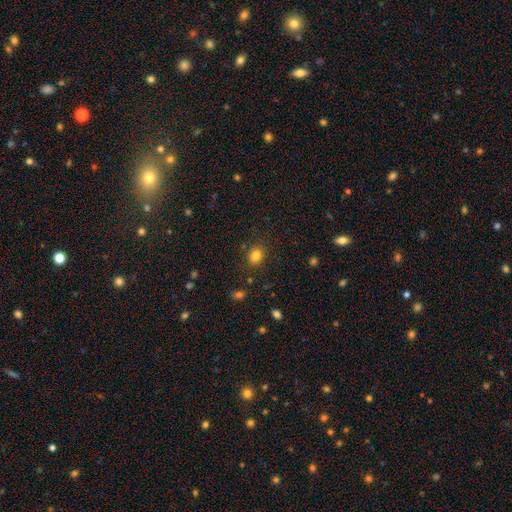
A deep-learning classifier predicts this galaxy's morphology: smooth 82%, star or artifact 12%, featured or disk 6%. Down the decision tree: how rounded — round (54%); merging — none (84%).